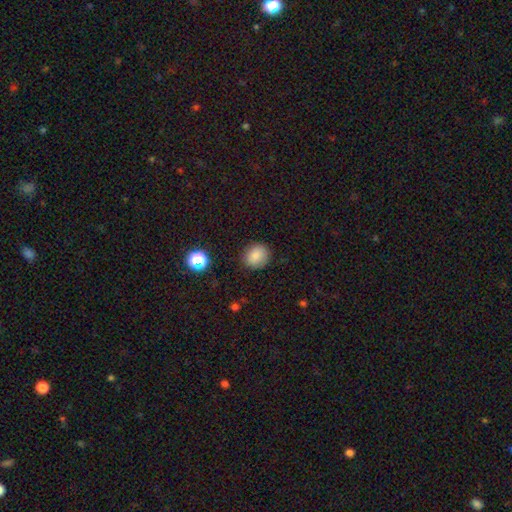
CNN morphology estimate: A smooth galaxy with no disk features (84%) that is round (70%). Merging: none (86%).